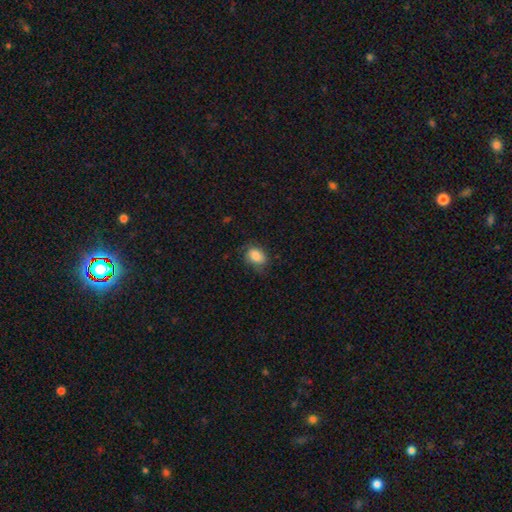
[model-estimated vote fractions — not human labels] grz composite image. It shows a smooth galaxy with no disk features (80%) that is in between round and cigar-shaped (77%). Merging: none (60%).